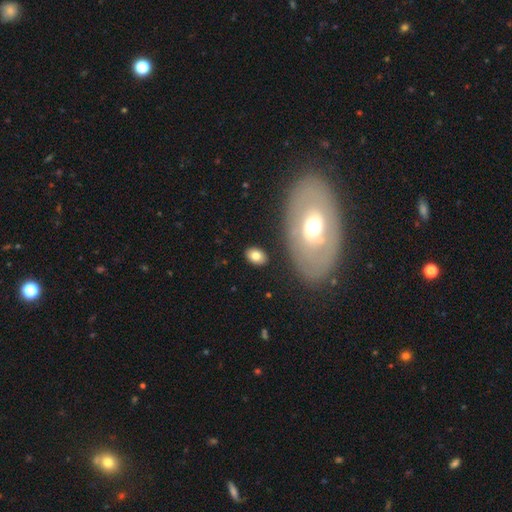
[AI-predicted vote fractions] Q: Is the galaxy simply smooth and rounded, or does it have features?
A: smooth — 77%.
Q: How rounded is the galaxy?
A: in between — 82%.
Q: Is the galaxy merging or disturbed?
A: none — 83%.